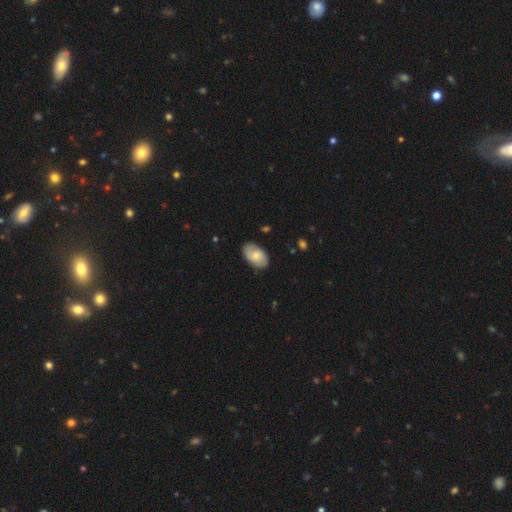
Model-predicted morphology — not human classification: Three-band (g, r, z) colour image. It shows a smooth galaxy with no disk features (64%) that is in between round and cigar-shaped (93%). Merging: none (79%).